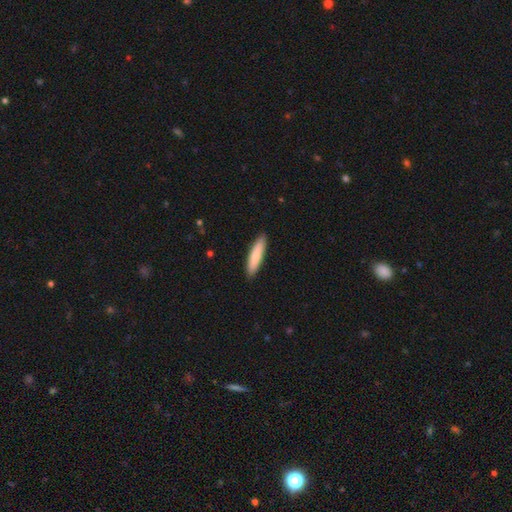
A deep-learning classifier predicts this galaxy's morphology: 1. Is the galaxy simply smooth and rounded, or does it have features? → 81% smooth, 14% featured or disk, 5% star or artifact.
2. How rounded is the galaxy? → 83% cigar-shaped, 15% in between, 1% round.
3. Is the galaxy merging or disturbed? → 90% none, 7% minor disturbance, 1% major disturbance, 1% merger.